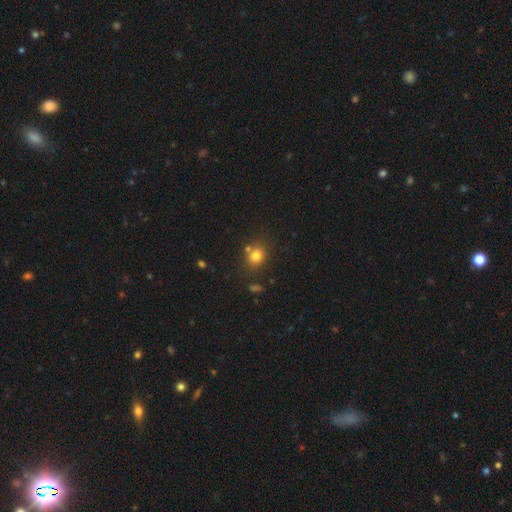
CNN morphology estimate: Overall: smooth (78%). How rounded: round (72%). Merging: none (72%).